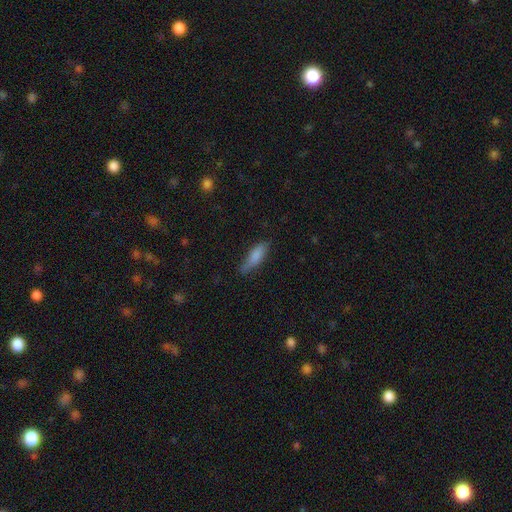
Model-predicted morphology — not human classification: A smooth galaxy with no disk features (81%) that is in between round and cigar-shaped (50%).

Vote fractions:
- Smooth or featured? smooth: 81% / featured or disk: 12% / star or artifact: 7%
- How rounded? in between: 50% / cigar-shaped: 48% / round: 2%
- Merging? none: 68% / minor disturbance: 25% / major disturbance: 5% / merger: 2%